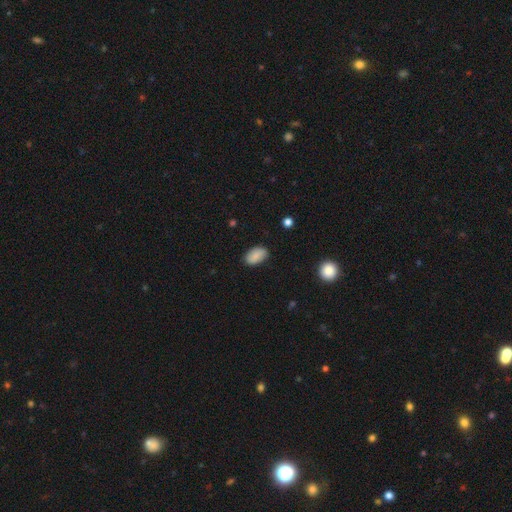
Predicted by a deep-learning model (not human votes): A smooth galaxy with no disk features (87%) that is in between round and cigar-shaped (93%).

Vote fractions:
- Smooth or featured? smooth: 87% / star or artifact: 7% / featured or disk: 6%
- How rounded? in between: 93% / round: 5% / cigar-shaped: 2%
- Merging? none: 84% / minor disturbance: 12% / major disturbance: 3% / merger: 1%